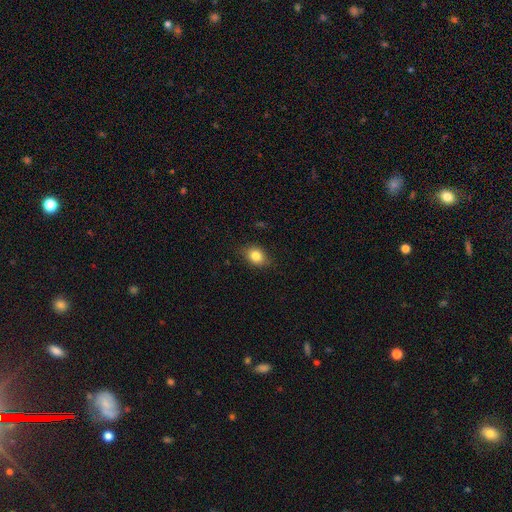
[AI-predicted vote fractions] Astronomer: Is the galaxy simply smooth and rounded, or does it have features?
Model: smooth — 83%.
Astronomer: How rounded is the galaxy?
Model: in between — 62%.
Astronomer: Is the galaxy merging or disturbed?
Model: none — 80%.